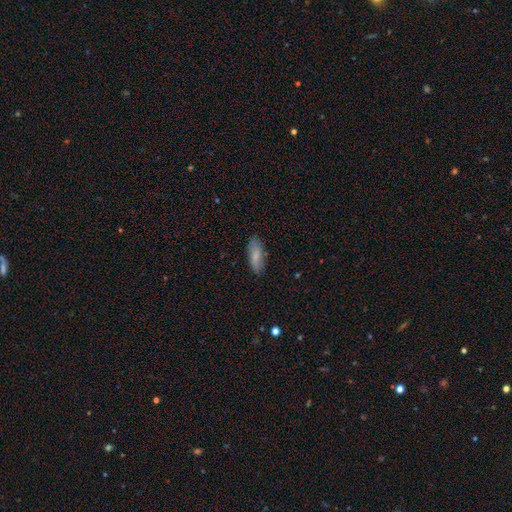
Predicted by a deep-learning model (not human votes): smooth-or-featured: smooth: 81% | featured or disk: 13% | star or artifact: 6%
  how-rounded: in between: 73% | cigar-shaped: 25% | round: 2%
  merging: none: 83% | minor disturbance: 13% | major disturbance: 2% | merger: 1%